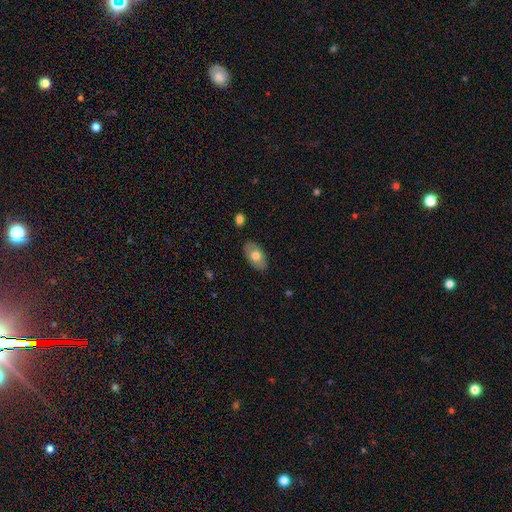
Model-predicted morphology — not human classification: This appears to be a smooth galaxy with no disk features (68%) that is in between round and cigar-shaped (93%). Merging: none (85%).